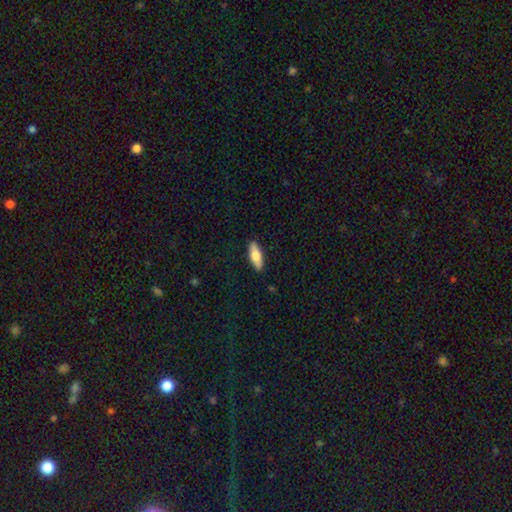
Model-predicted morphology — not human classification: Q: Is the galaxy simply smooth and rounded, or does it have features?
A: smooth — 68%.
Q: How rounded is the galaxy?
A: in between — 64%.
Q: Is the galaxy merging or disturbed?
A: none — 88%.